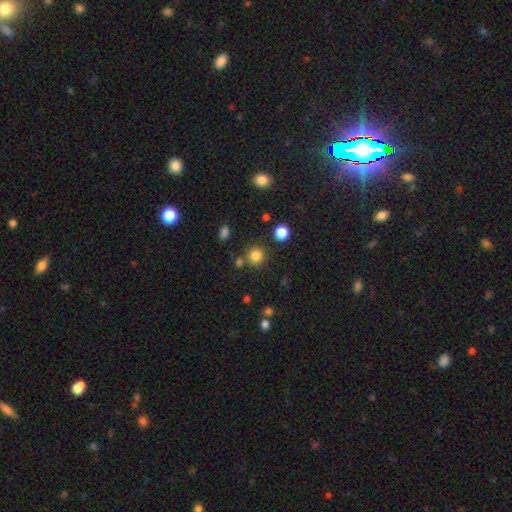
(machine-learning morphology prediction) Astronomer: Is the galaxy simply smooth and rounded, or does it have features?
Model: smooth — 82%.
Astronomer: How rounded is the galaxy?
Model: round — 90%.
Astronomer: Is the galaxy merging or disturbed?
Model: none — 79%.